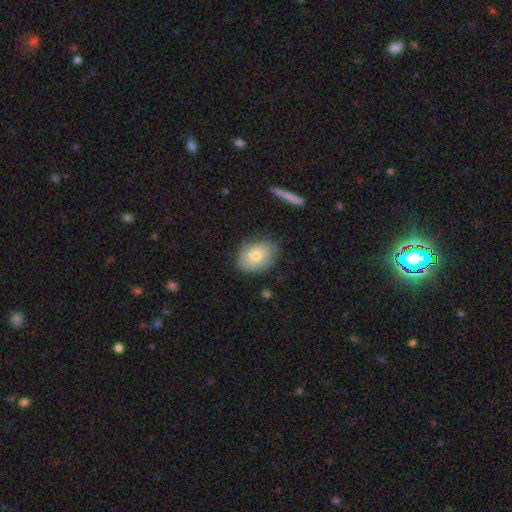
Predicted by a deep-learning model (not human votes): This appears to be a smooth galaxy with no disk features (64%) that is in between round and cigar-shaped (61%). Merging: none (74%).